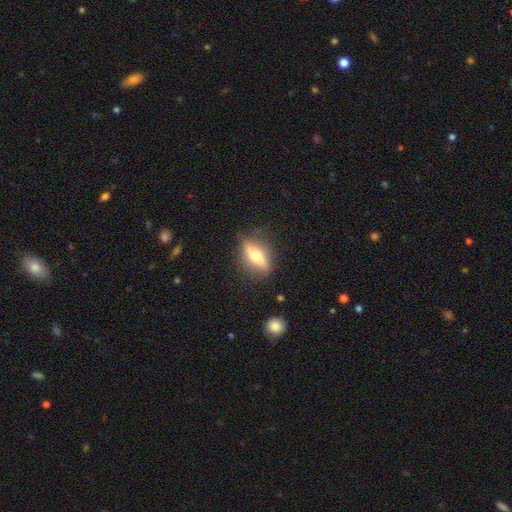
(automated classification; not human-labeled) This is possibly a featured or disk galaxy (48%). Merging: likely none (78%).